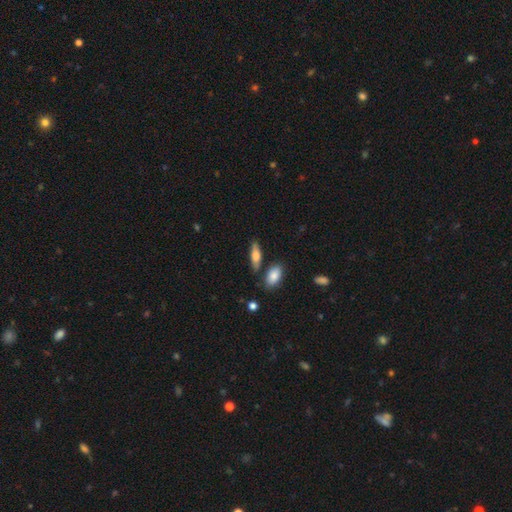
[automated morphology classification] smooth 68%, featured or disk 26%, star or artifact 6%. Down the decision tree: how rounded — in between (57%); merging — none (76%).